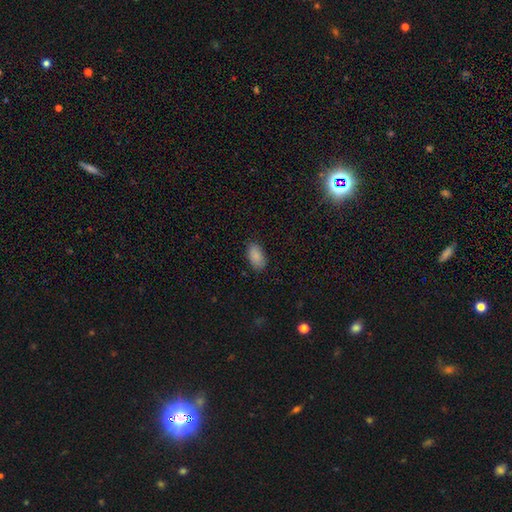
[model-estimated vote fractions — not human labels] smooth_or_featured: smooth (p=0.87) [alt: star or artifact p=0.08]
how_rounded: in between (p=0.94) [alt: round p=0.04]
merging: none (p=0.85) [alt: minor disturbance p=0.12]